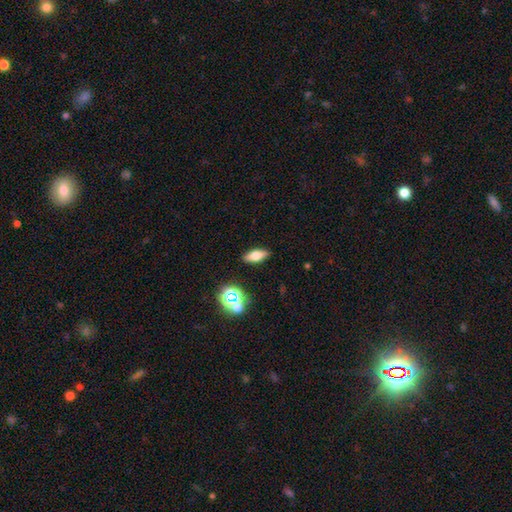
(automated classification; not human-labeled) This is possibly a smooth galaxy (55%). How rounded: likely in between (64%). Merging: clearly none (88%).